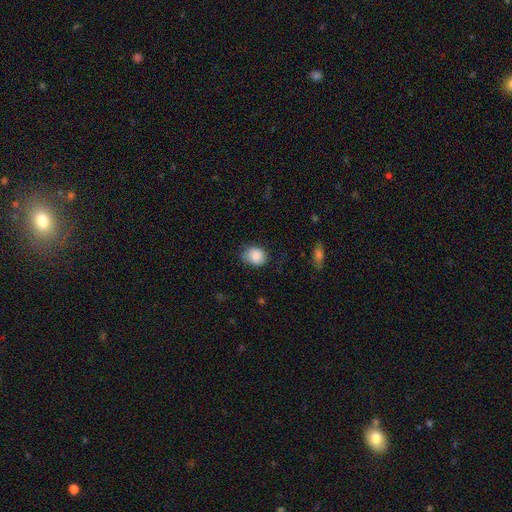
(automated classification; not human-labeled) smooth_or_featured: smooth (p=0.87) [alt: star or artifact p=0.08]
how_rounded: round (p=0.62) [alt: in between p=0.38]
merging: none (p=0.64) [alt: minor disturbance p=0.28]